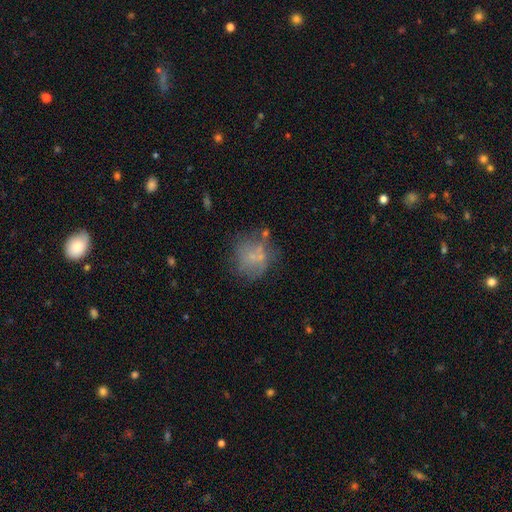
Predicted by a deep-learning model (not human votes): A smooth galaxy with no disk features (49%). Merging: none (57%).